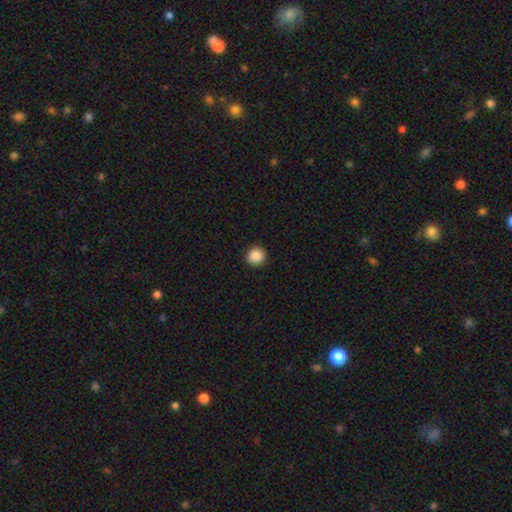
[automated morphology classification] type=smooth (89%); roundness=round (93%); merging=none (93%).